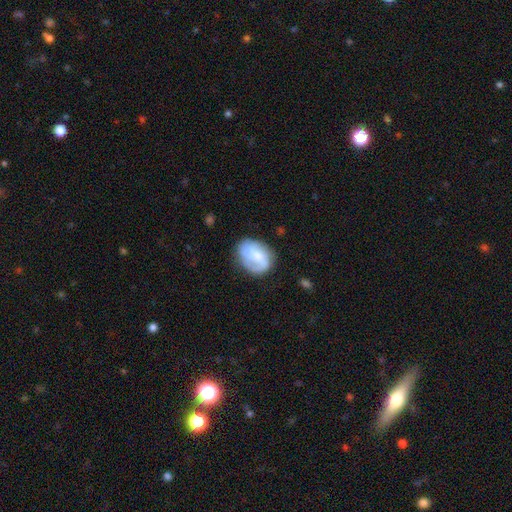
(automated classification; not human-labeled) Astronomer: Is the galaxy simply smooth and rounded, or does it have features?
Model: featured or disk — 50% (runner-up: smooth, 44%).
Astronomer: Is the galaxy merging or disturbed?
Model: none — 66%.